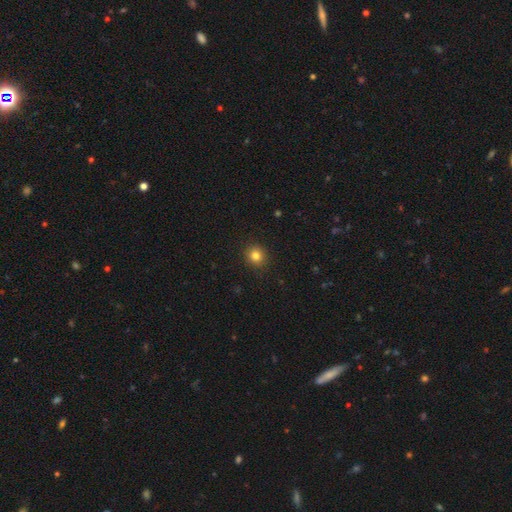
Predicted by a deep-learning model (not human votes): Smooth or featured? smooth (82%)
How rounded? round (88%)
Merging? none (91%)